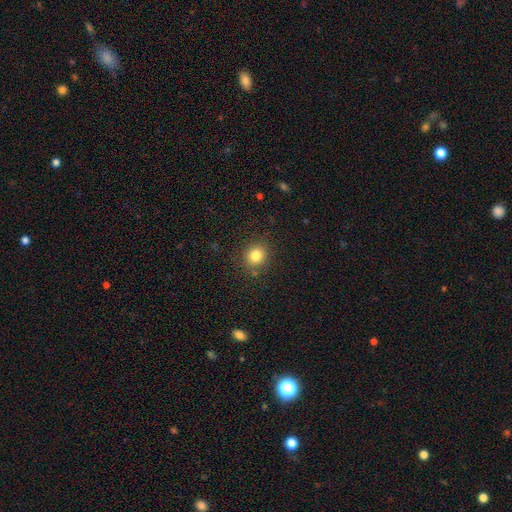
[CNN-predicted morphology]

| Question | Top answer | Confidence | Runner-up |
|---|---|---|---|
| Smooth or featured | smooth | 81% | star or artifact (13%) |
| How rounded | round | 83% | in between (16%) |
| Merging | none | 85% | minor disturbance (9%) |